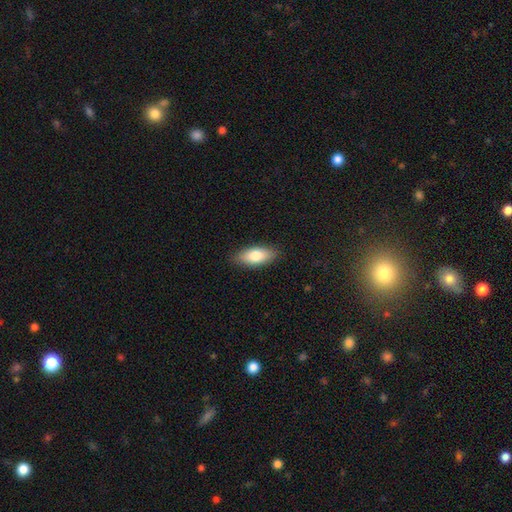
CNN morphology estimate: Overall: smooth (79%). How rounded: in between (84%). Merging: none (87%).